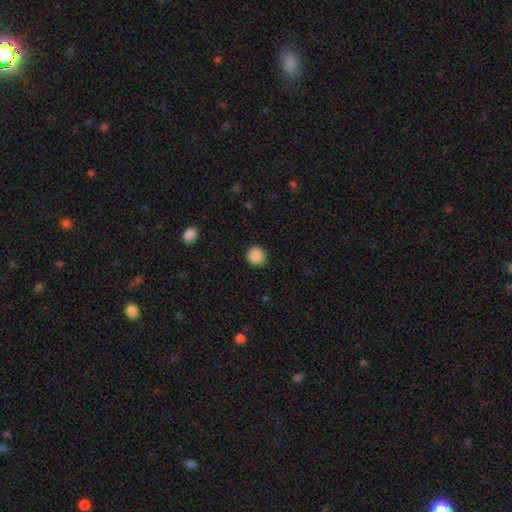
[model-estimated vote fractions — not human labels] A smooth galaxy with no disk features (89%) that is round (93%).

Vote fractions:
- Smooth or featured? smooth: 89% / star or artifact: 9% / featured or disk: 2%
- How rounded? round: 93% / in between: 6% / cigar-shaped: 1%
- Merging? none: 89% / minor disturbance: 8% / major disturbance: 2% / merger: 1%